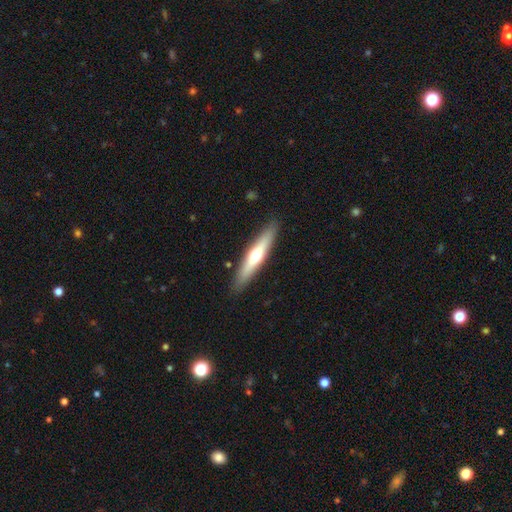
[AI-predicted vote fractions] Q: Smooth or featured?
A: featured or disk (48%); runner-up: smooth (47%)
Q: Merging?
A: none (89%); runner-up: minor disturbance (8%)